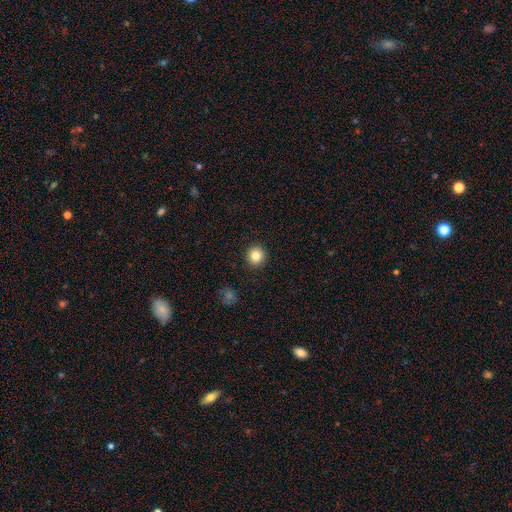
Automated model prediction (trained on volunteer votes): smooth_or_featured: smooth (p=0.84) [alt: star or artifact p=0.10]
how_rounded: round (p=0.94) [alt: in between p=0.05]
merging: none (p=0.92) [alt: minor disturbance p=0.05]